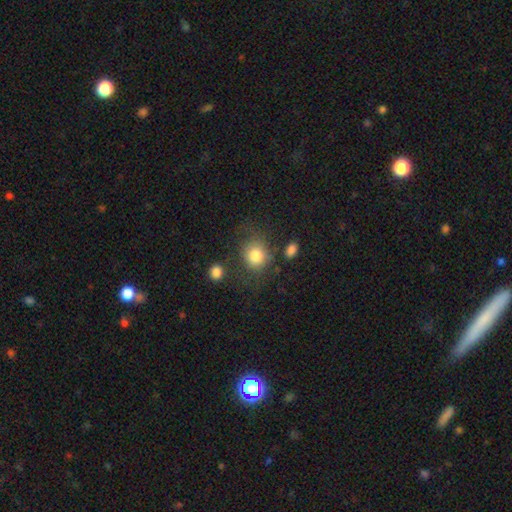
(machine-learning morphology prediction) The model was most divided on "merging": none: 60%, minor disturbance: 19%, major disturbance: 13%, merger: 7%. More confident: smooth or featured — smooth (81%); how rounded — round (73%).